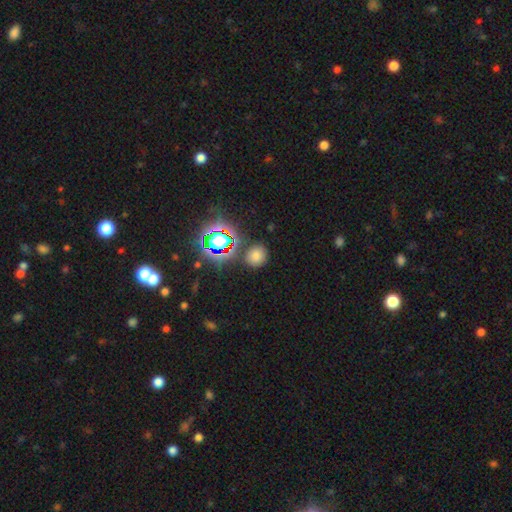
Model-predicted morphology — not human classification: smooth_or_featured: smooth (p=0.67) [alt: star or artifact p=0.26]
how_rounded: round (p=0.82) [alt: in between p=0.17]
merging: none (p=0.82) [alt: minor disturbance p=0.10]